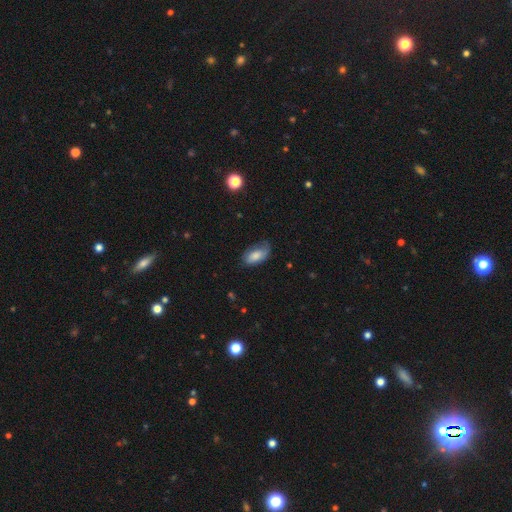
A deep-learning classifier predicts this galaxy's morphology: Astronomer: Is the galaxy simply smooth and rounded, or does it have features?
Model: smooth — 70%.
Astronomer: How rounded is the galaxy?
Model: in between — 92%.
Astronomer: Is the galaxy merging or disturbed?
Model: none — 55% (runner-up: minor disturbance, 31%).